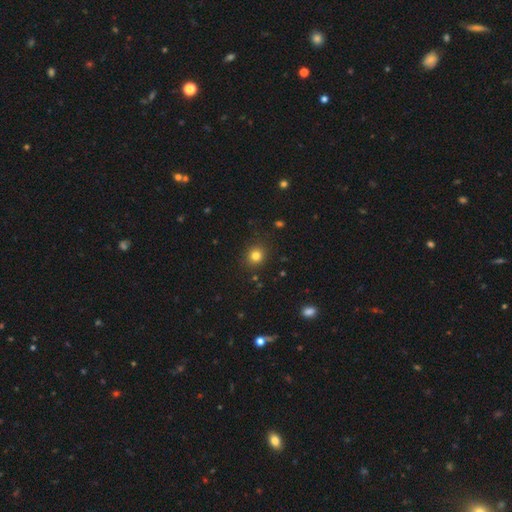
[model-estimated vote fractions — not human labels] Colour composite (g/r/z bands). It shows a smooth galaxy with no disk features (80%) that is round (86%). Merging: none (88%).